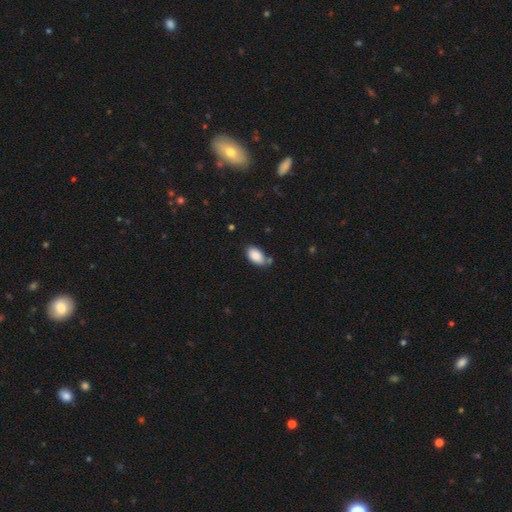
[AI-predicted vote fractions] smooth_or_featured: smooth (p=0.88) [alt: star or artifact p=0.07]
how_rounded: in between (p=0.94) [alt: round p=0.04]
merging: none (p=0.68) [alt: minor disturbance p=0.20]